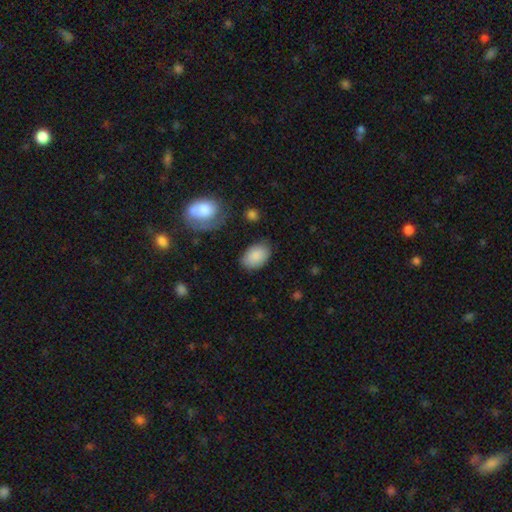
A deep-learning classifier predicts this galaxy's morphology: type=smooth (87%); roundness=in between (89%); merging=none (78%).